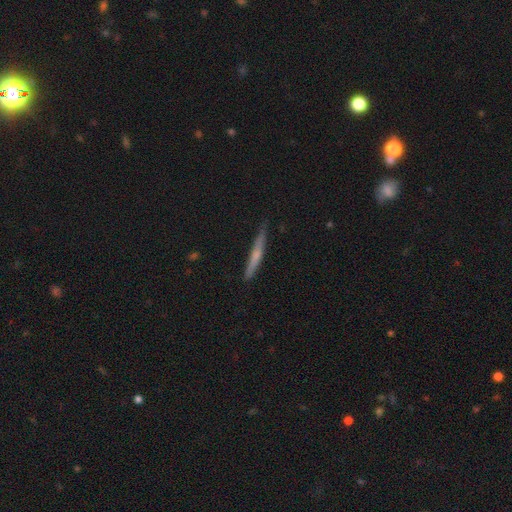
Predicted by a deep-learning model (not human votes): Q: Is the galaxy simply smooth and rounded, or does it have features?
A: smooth — 48%.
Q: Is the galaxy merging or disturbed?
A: none — 84%.